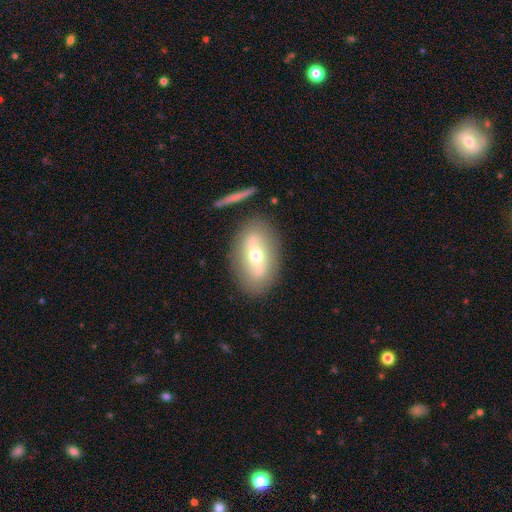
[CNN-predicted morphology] This is possibly a featured or disk galaxy (52%). It is clearly not viewed edge-on (85%). Merging: clearly none (80%).